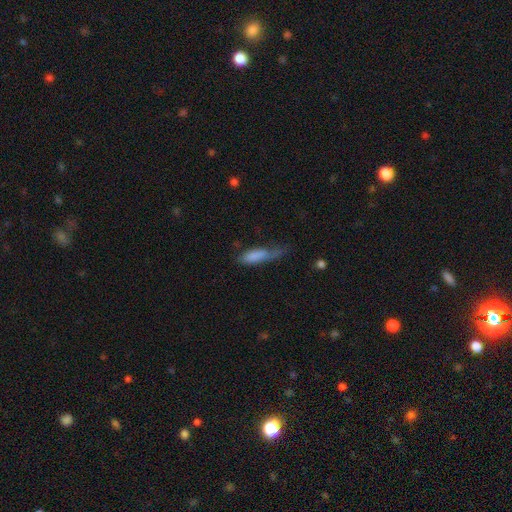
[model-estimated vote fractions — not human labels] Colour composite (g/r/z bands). It shows a smooth galaxy with no disk features (78%) that is cigar-shaped (52%). Merging: minor disturbance (36%).